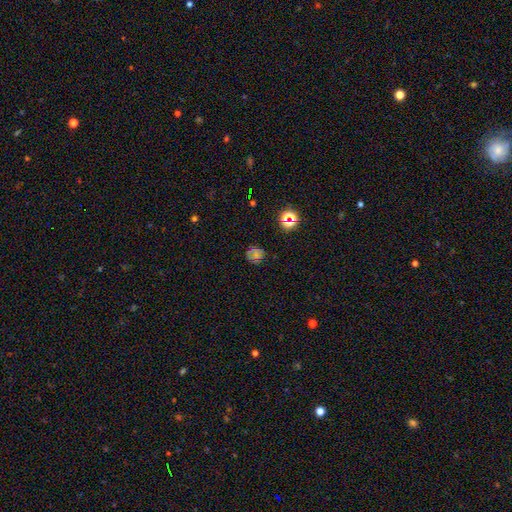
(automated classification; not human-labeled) Q: Smooth or featured?
A: smooth (46%); runner-up: star or artifact (38%)
Q: Merging?
A: none (75%); runner-up: minor disturbance (15%)